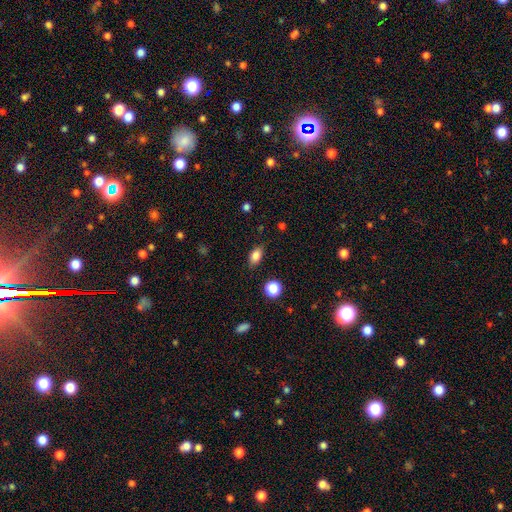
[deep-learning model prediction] Smooth or featured: smooth — 84% (star or artifact — 10%)
How rounded: in between — 84% (round — 13%)
Merging: none — 85% (minor disturbance — 11%)